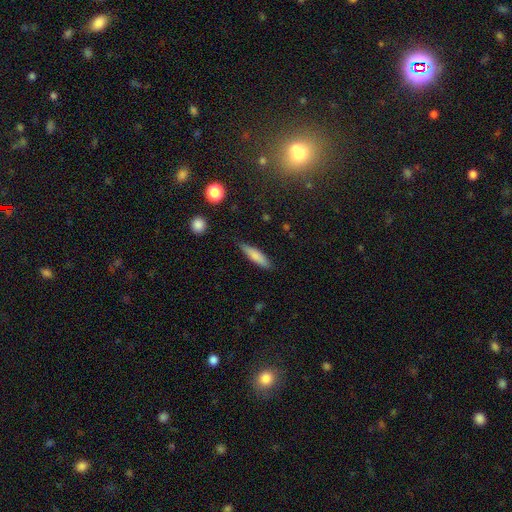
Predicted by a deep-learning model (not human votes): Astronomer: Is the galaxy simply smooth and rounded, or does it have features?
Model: smooth — 79%.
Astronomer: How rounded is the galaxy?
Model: cigar-shaped — 73%.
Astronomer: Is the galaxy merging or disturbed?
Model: none — 78%.